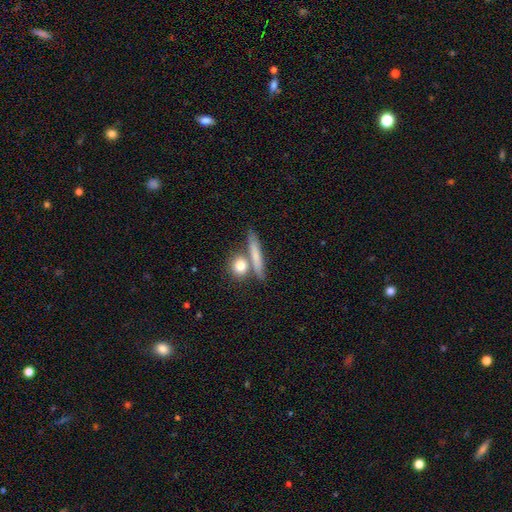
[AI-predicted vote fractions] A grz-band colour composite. It shows a smooth galaxy with no disk features (71%) that is cigar-shaped (61%). Merging: none (65%).